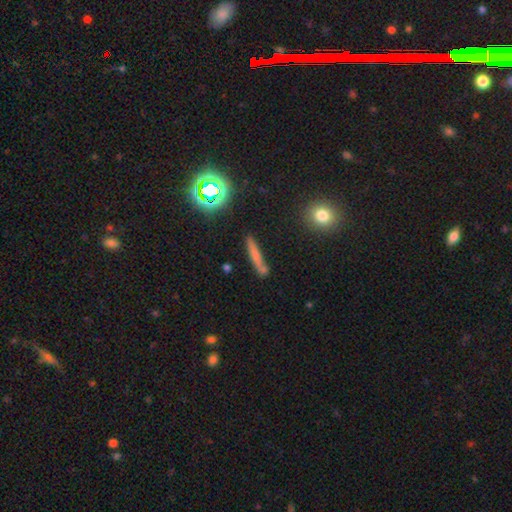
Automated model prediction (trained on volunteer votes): Smooth or featured?
  - smooth: 60% *
  - featured or disk: 24%
  - star or artifact: 16%
How rounded?
  - cigar-shaped: 90% *
  - in between: 6%
  - round: 4%
Merging?
  - none: 77% *
  - minor disturbance: 13%
  - merger: 5%
  - major disturbance: 4%